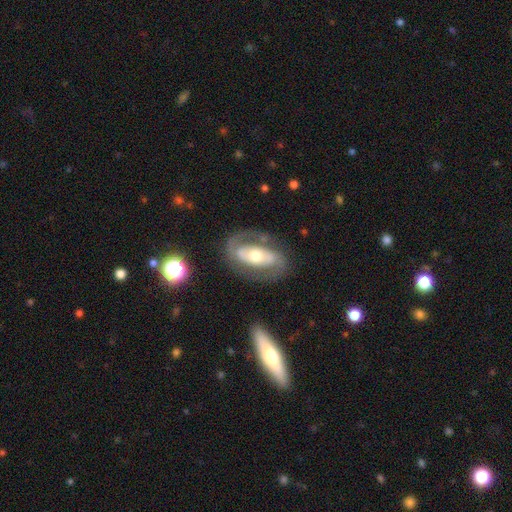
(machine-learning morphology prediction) A featured or disk galaxy (77%) with no bar (42%), 2 (83%) medium (45%) spiral arms (75%) and a moderate central bulge (67%). Merging: none (73%).